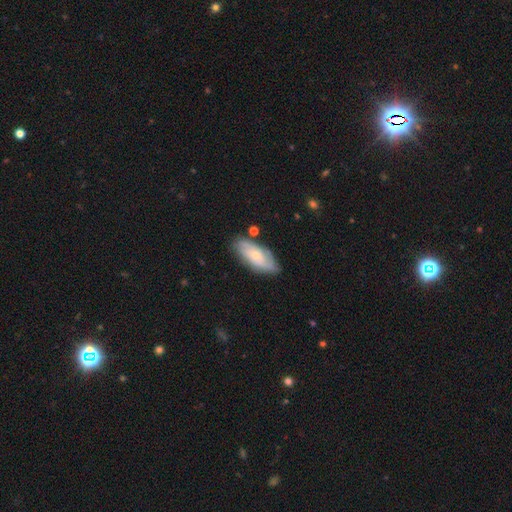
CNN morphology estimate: smooth_or_featured: featured or disk (p=0.56) [alt: smooth p=0.37]
disk_edge_on: no (p=0.88) [alt: yes p=0.12]
merging: none (p=0.75) [alt: minor disturbance p=0.18]